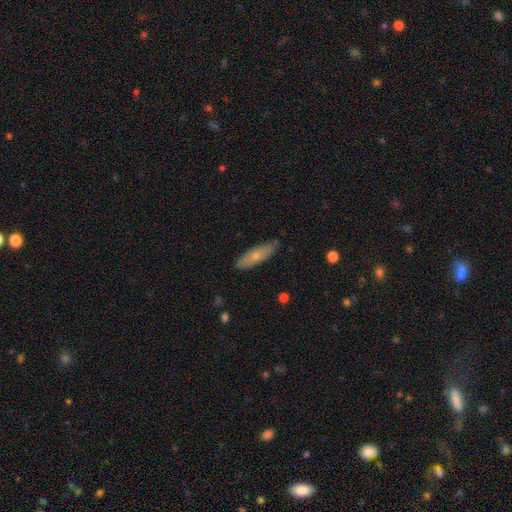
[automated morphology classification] Smooth or featured: smooth — 63% (featured or disk — 31%)
How rounded: cigar-shaped — 60% (in between — 38%)
Merging: none — 84% (minor disturbance — 13%)